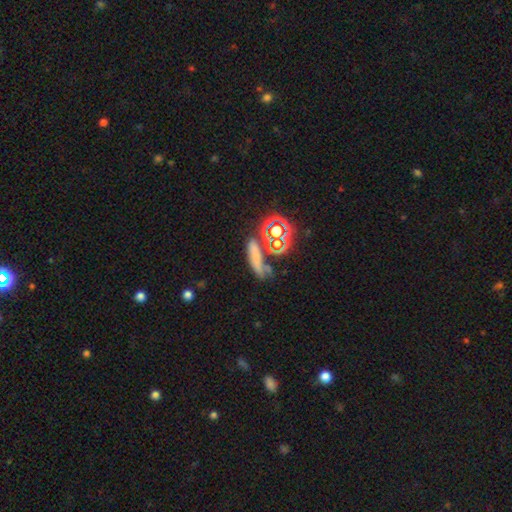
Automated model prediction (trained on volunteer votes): smooth-or-featured: smooth: 57% | star or artifact: 28% | featured or disk: 15%
  how-rounded: cigar-shaped: 52% | in between: 32% | round: 16%
  merging: none: 55% | merger: 19% | minor disturbance: 17% | major disturbance: 10%